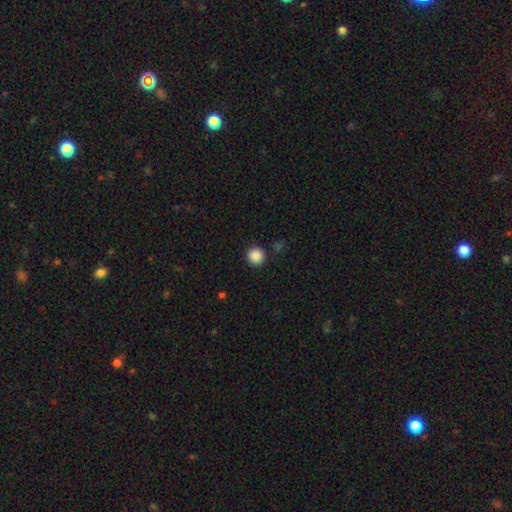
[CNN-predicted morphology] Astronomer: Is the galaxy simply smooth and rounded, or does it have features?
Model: smooth — 87%.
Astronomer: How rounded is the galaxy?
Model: round — 96%.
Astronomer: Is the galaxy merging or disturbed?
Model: none — 91%.